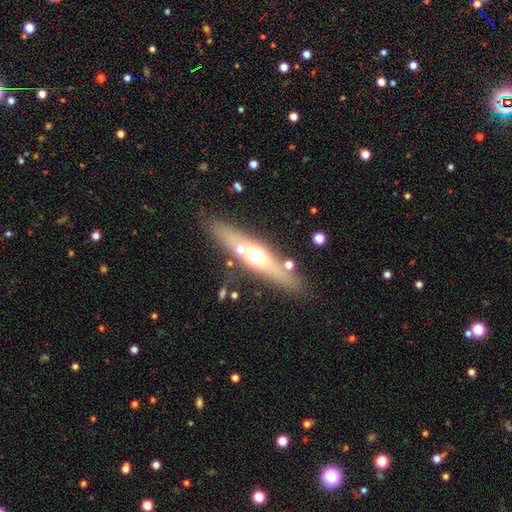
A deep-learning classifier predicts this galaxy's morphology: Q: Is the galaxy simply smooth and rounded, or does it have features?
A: featured or disk — 52%.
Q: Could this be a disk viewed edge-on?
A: yes — 81%.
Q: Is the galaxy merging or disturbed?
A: none — 78%.